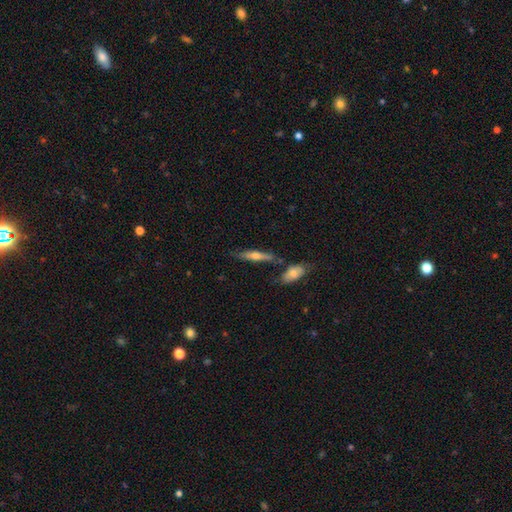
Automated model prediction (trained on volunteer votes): Q: Smooth or featured?
A: featured or disk (52%); runner-up: smooth (41%)
Q: Edge-on disk?
A: yes (89%); runner-up: no (11%)
Q: Merging?
A: none (73%); runner-up: minor disturbance (14%)